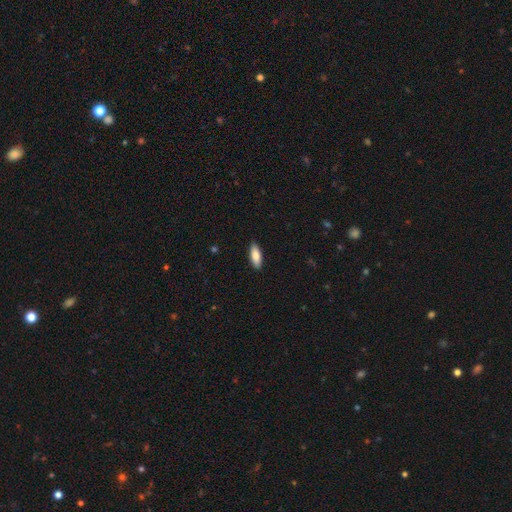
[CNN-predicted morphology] Smooth or featured? smooth (82%)
How rounded? in between (69%)
Merging? none (90%)